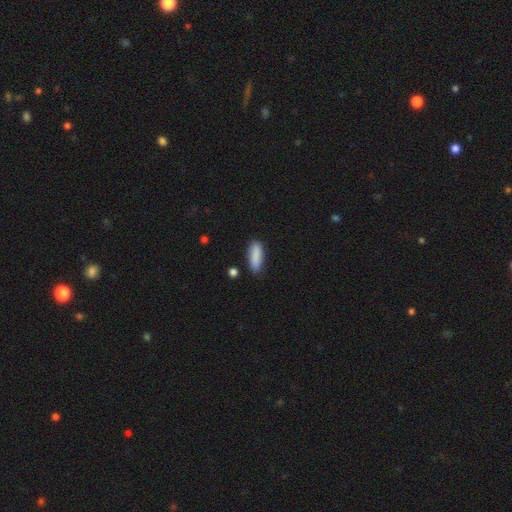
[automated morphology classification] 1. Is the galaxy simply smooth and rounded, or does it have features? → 87% smooth, 6% star or artifact, 6% featured or disk.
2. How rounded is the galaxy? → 50% in between, 48% cigar-shaped, 2% round.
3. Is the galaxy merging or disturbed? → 83% none, 12% minor disturbance, 3% major disturbance, 2% merger.